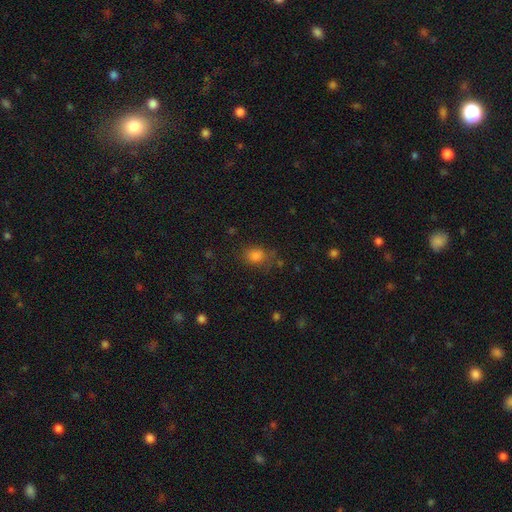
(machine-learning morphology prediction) Smooth or featured?
  - smooth: 81% *
  - star or artifact: 13%
  - featured or disk: 6%
How rounded?
  - round: 52% *
  - in between: 47%
  - cigar-shaped: 1%
Merging?
  - none: 72% *
  - minor disturbance: 18%
  - major disturbance: 7%
  - merger: 3%